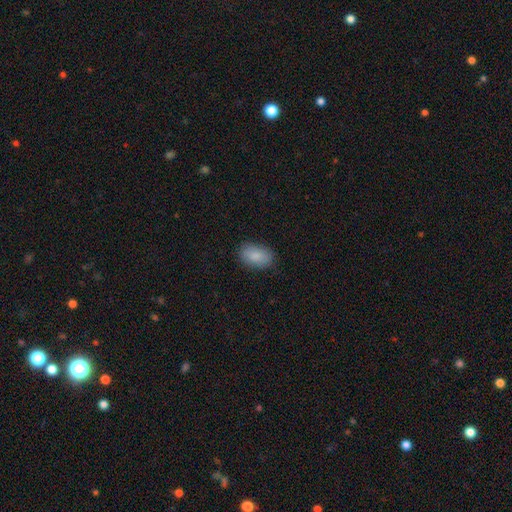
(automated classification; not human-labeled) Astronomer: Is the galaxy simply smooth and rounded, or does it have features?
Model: smooth — 87%.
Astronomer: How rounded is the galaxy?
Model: in between — 89%.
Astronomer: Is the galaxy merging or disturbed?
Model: none — 85%.